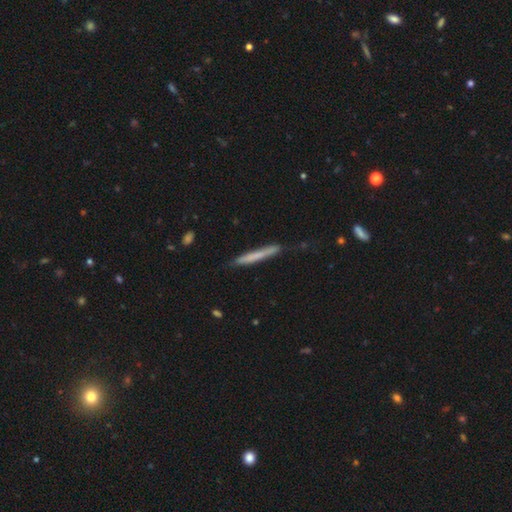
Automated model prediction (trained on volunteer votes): Smooth or featured? smooth (64%)
How rounded? cigar-shaped (96%)
Merging? none (78%)